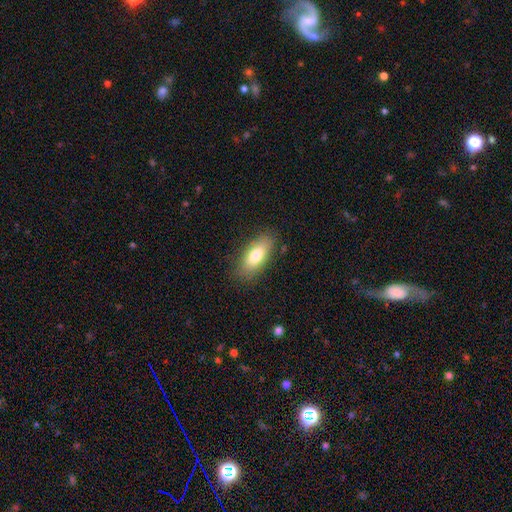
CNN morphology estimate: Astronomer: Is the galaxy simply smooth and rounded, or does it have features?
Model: smooth — 77%.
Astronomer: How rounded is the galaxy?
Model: in between — 84%.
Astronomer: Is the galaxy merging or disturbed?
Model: none — 84%.